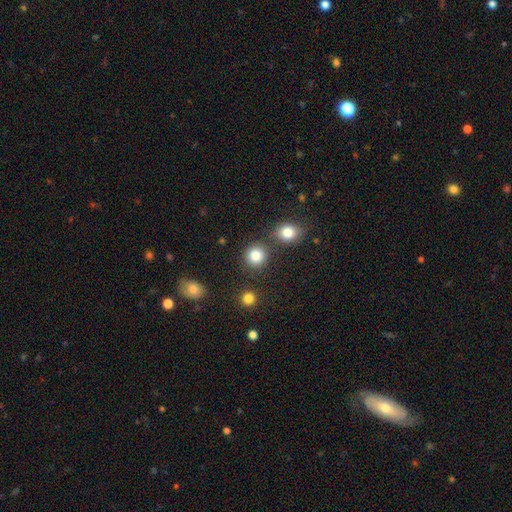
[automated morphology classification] smooth_or_featured: smooth (p=0.84) [alt: star or artifact p=0.11]
how_rounded: round (p=0.88) [alt: in between p=0.11]
merging: none (p=0.79) [alt: merger p=0.10]